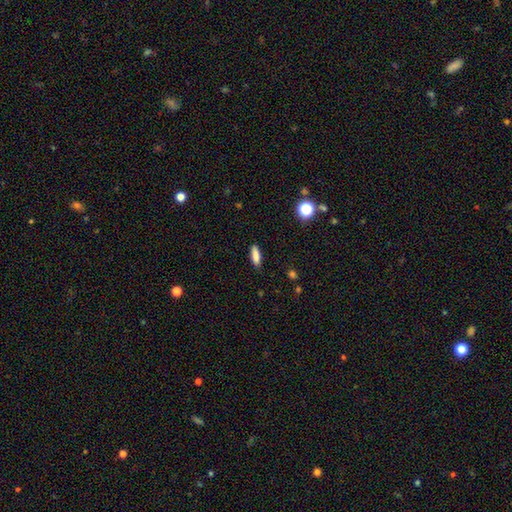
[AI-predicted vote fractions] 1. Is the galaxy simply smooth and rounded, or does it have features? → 83% smooth, 9% featured or disk, 9% star or artifact.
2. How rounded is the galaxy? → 49% in between (tied), 49% cigar-shaped (tied), 3% round.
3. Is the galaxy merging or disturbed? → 85% none, 11% minor disturbance, 3% major disturbance, 1% merger.